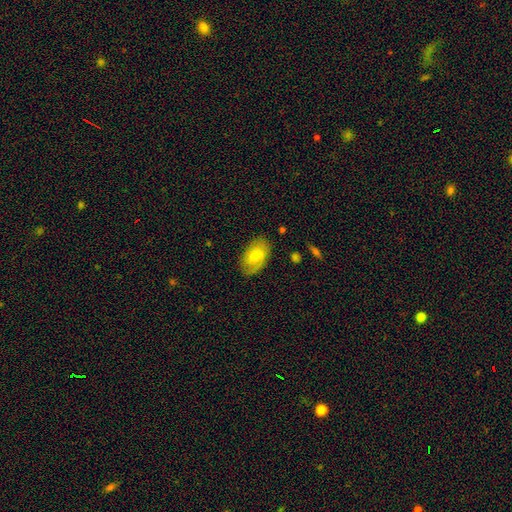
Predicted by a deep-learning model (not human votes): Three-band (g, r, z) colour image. It shows a smooth galaxy with no disk features (66%) that is in between round and cigar-shaped (91%). Merging: none (78%).